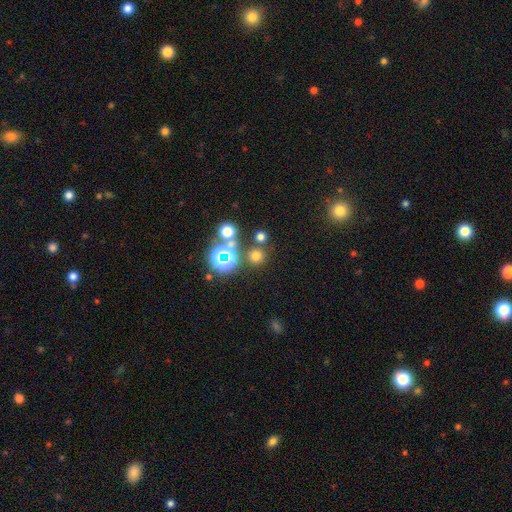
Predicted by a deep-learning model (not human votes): Smooth or featured: smooth — 64% (star or artifact — 29%)
How rounded: round — 94% (in between — 5%)
Merging: none — 80% (merger — 11%)